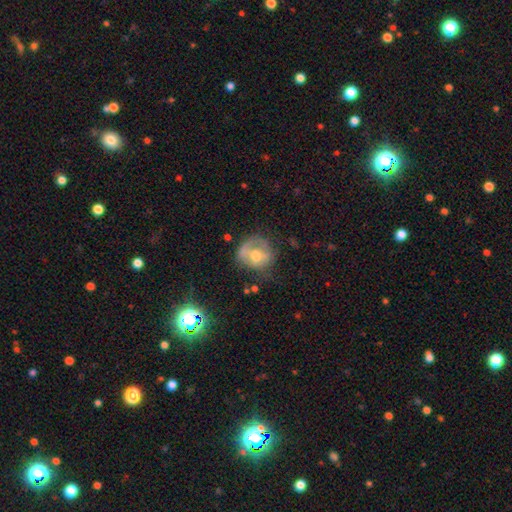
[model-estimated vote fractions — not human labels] smooth-or-featured: smooth: 45% | featured or disk: 43% | star or artifact: 11%
  merging: none: 46% | minor disturbance: 27% | major disturbance: 22% | merger: 4%